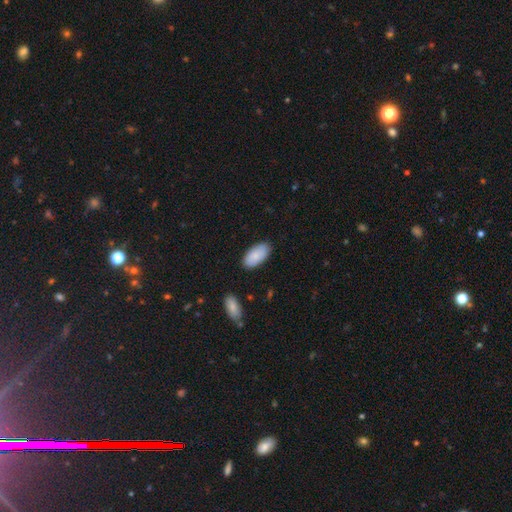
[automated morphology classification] smooth-or-featured: smooth: 84% | featured or disk: 10% | star or artifact: 6%
  how-rounded: in between: 95% | cigar-shaped: 3% | round: 2%
  merging: none: 85% | minor disturbance: 11% | major disturbance: 2% | merger: 2%